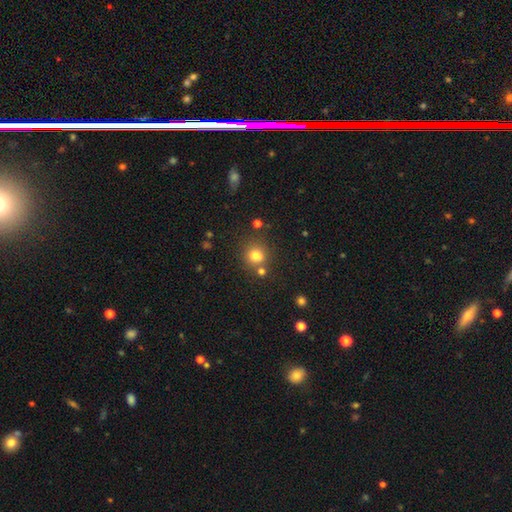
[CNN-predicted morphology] smooth 77%, star or artifact 14%, featured or disk 9%. Down the decision tree: how rounded — round (80%); merging — none (66%).